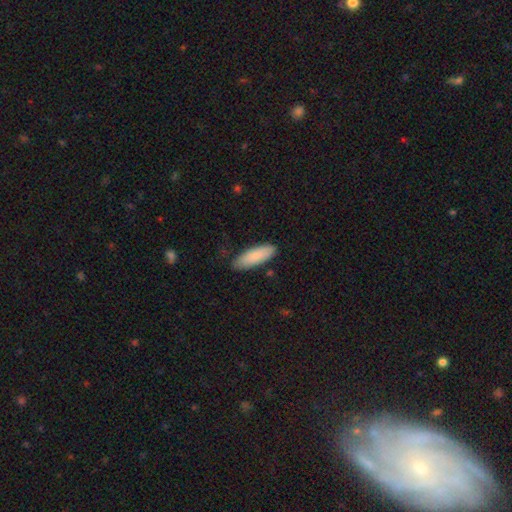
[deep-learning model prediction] A smooth galaxy with no disk features (86%) that is in between round and cigar-shaped (60%).

Vote fractions:
- Smooth or featured? smooth: 86% / featured or disk: 9% / star or artifact: 5%
- How rounded? in between: 60% / cigar-shaped: 39% / round: 1%
- Merging? none: 82% / minor disturbance: 14% / major disturbance: 2% / merger: 1%